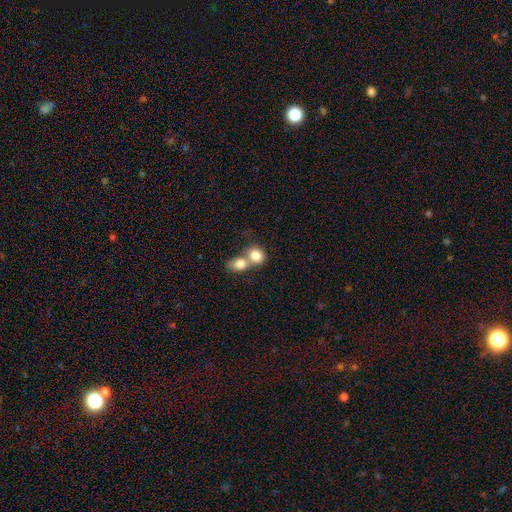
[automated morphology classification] A smooth galaxy with no disk features (81%) that is round (58%).

Vote fractions:
- Smooth or featured? smooth: 81% / featured or disk: 11% / star or artifact: 8%
- How rounded? round: 58% / in between: 40% / cigar-shaped: 1%
- Merging? merger: 66% / none: 25% / minor disturbance: 6% / major disturbance: 3%